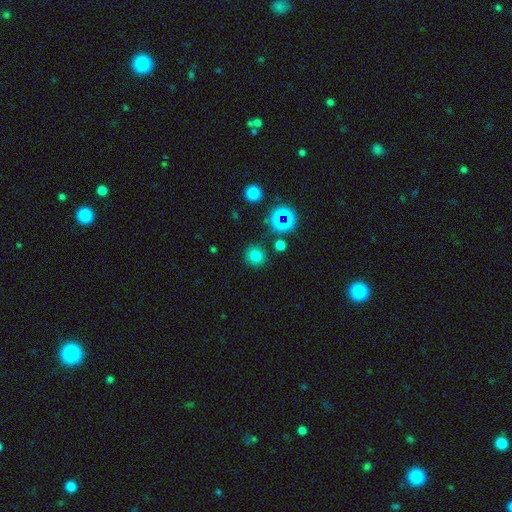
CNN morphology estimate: This appears to be a smooth galaxy with no disk features (73%) that is round (92%). Merging: none (84%).